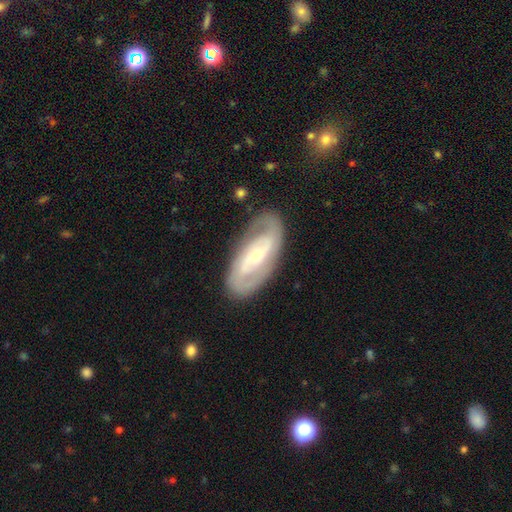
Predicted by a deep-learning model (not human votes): Morphology: type=featured or disk (81%); edge-on=no (94%); bar=weak (36%); spiral arms=yes (87%); winding=tight (43%); arm count=2 (79%); bulge=small (66%); merging=none (81%).